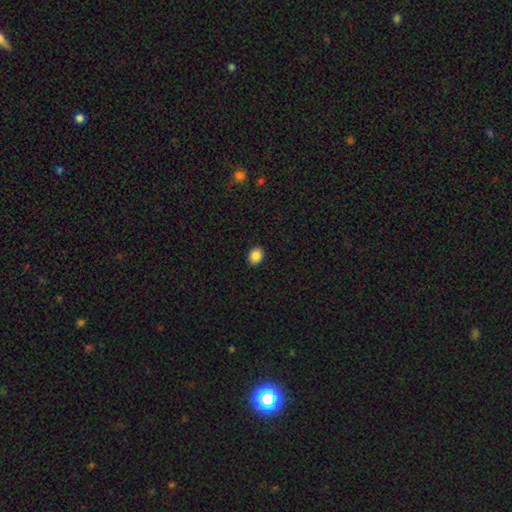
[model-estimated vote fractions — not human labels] Smooth or featured?
  - smooth: 87% *
  - star or artifact: 9%
  - featured or disk: 4%
How rounded?
  - round: 56% *
  - in between: 43%
  - cigar-shaped: 1%
Merging?
  - none: 91% *
  - minor disturbance: 6%
  - major disturbance: 2%
  - merger: 1%